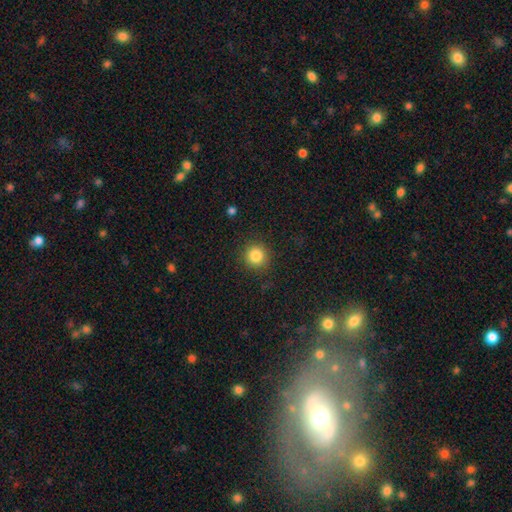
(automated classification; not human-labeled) smooth 84%, star or artifact 11%, featured or disk 5%. Down the decision tree: how rounded — round (93%); merging — none (89%).